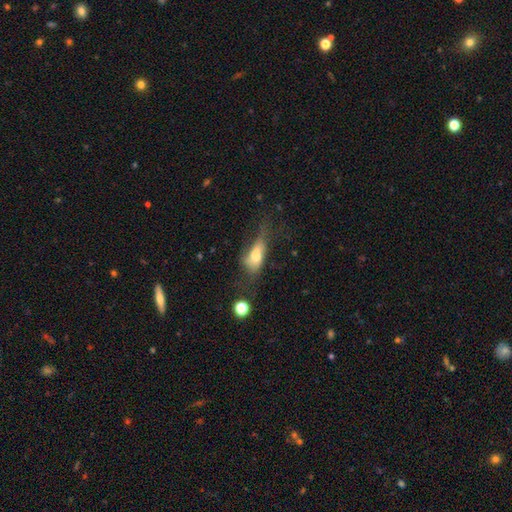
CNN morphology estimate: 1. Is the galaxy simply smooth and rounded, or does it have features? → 59% smooth, 30% featured or disk, 12% star or artifact.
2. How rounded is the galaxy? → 75% in between, 17% cigar-shaped, 8% round.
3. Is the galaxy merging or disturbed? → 40% major disturbance, 28% none, 27% minor disturbance, 5% merger.